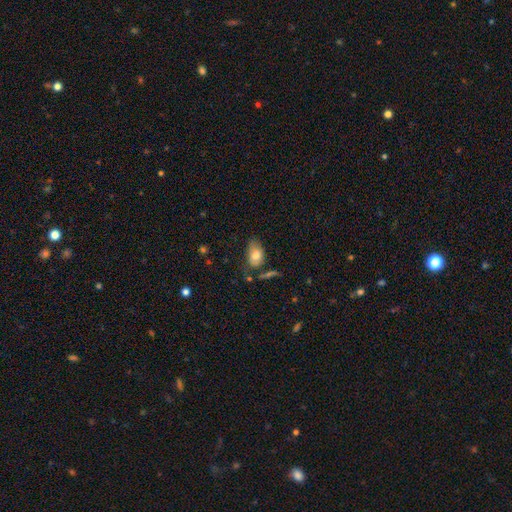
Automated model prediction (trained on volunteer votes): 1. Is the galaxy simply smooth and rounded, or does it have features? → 75% smooth, 18% featured or disk, 7% star or artifact.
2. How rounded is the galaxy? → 89% in between, 9% round, 2% cigar-shaped.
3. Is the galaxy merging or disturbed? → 54% none, 28% minor disturbance, 9% major disturbance, 8% merger.